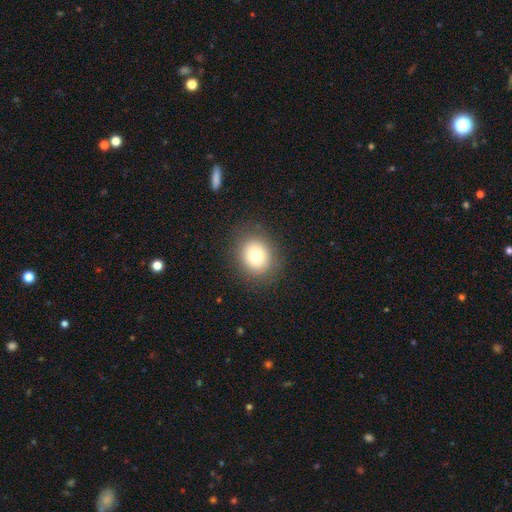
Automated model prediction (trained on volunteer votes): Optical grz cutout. It shows a smooth galaxy with no disk features (78%) that is round (72%). Merging: none (87%).